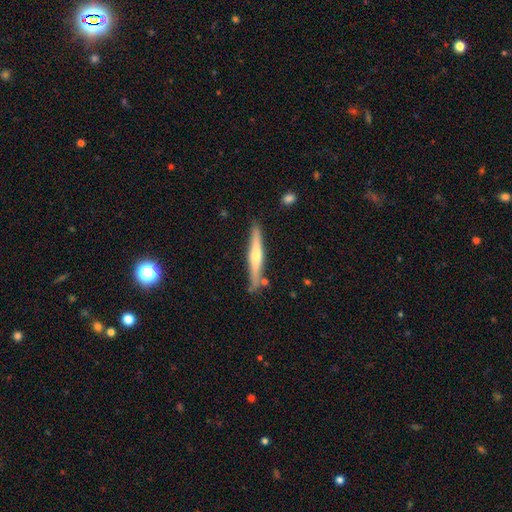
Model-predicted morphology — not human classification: featured or disk 61%, smooth 33%, star or artifact 6%. Down the decision tree: edge-on disk — yes (97%); edge-on bulge — rounded (79%); merging — none (86%).